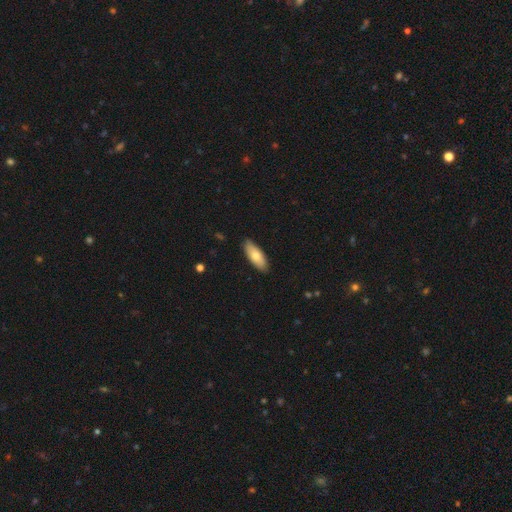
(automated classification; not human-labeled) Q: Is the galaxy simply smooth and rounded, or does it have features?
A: smooth — 74%.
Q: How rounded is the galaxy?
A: in between — 75%.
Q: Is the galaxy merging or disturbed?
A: none — 87%.